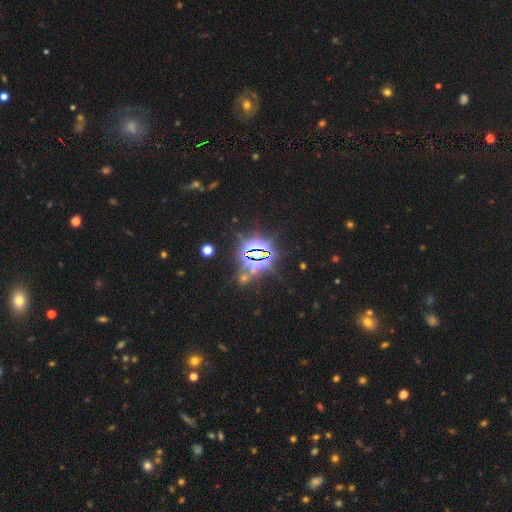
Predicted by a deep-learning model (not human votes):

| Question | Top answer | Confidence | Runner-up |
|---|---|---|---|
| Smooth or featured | star or artifact | 82% | smooth (10%) |